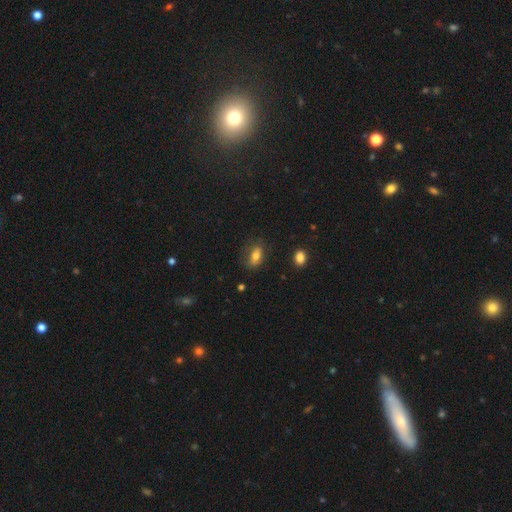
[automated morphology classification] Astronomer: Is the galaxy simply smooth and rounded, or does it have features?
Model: smooth — 74%.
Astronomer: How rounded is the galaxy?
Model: in between — 83%.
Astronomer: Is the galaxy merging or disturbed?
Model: none — 71%.